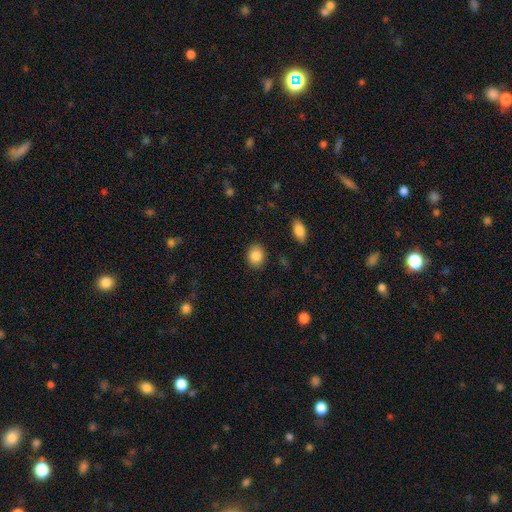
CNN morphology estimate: Smooth or featured? smooth (87%)
How rounded? in between (54%)
Merging? none (88%)